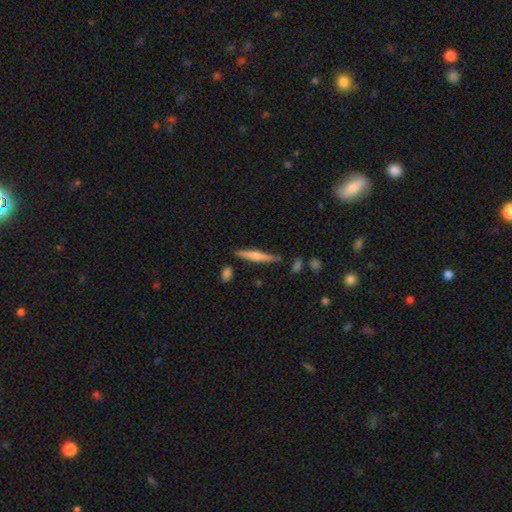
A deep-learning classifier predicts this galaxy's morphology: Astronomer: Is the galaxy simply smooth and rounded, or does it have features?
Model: smooth — 53% (runner-up: featured or disk, 41%).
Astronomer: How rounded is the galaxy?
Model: cigar-shaped — 91%.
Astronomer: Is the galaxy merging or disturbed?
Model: none — 80%.